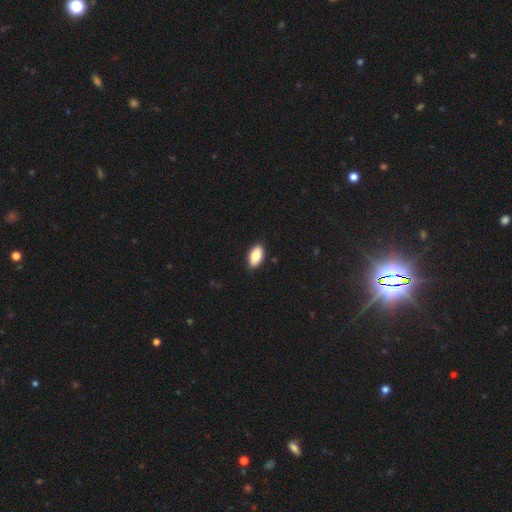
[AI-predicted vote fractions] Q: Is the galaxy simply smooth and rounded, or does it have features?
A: smooth — 83%.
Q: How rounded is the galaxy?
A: in between — 93%.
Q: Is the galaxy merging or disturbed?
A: none — 90%.